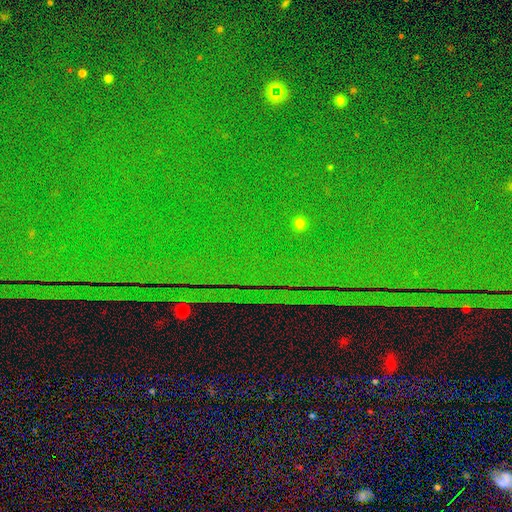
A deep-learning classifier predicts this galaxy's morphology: smooth_or_featured: star or artifact (p=0.87) [alt: featured or disk p=0.07]